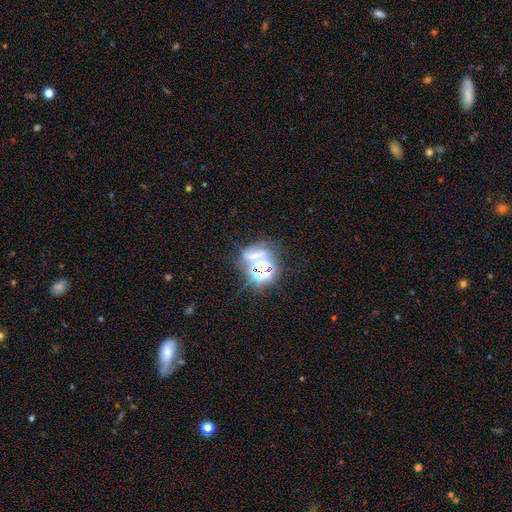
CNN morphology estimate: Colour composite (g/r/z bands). It shows a star or artifact, not a galaxy (64%).